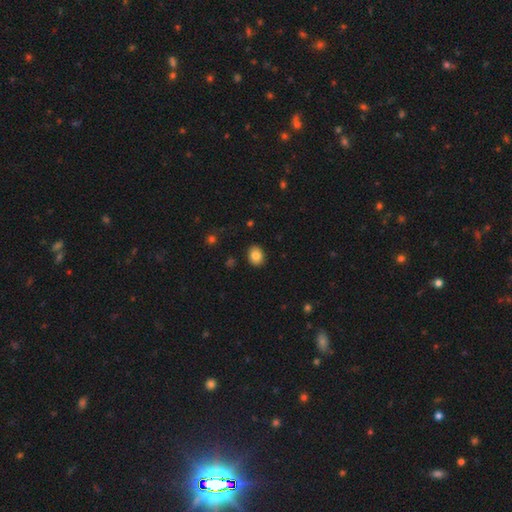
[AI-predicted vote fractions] Morphology: type=smooth (84%); roundness=in between (53%); merging=none (90%).